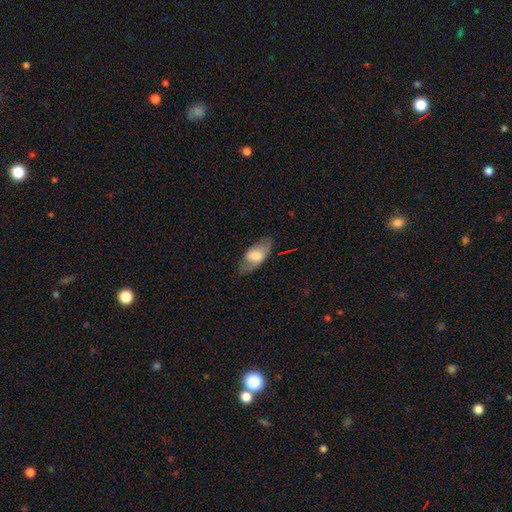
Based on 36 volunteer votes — Morphology: type=featured or disk (61%); edge-on=no (73%); bar=strong (44%, tied with no); spiral arms=no (75%); bulge=large (56%); merging=none (89%).